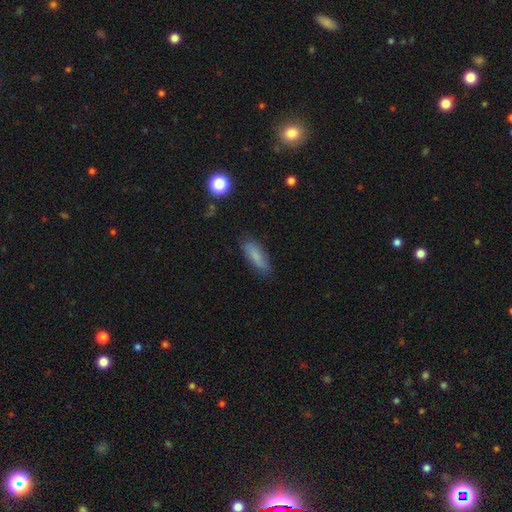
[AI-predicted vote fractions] A smooth galaxy with no disk features (79%) that is in between round and cigar-shaped (55%).

Vote fractions:
- Smooth or featured? smooth: 79% / featured or disk: 13% / star or artifact: 8%
- How rounded? in between: 55% / cigar-shaped: 43% / round: 2%
- Merging? none: 80% / minor disturbance: 16% / major disturbance: 3% / merger: 1%